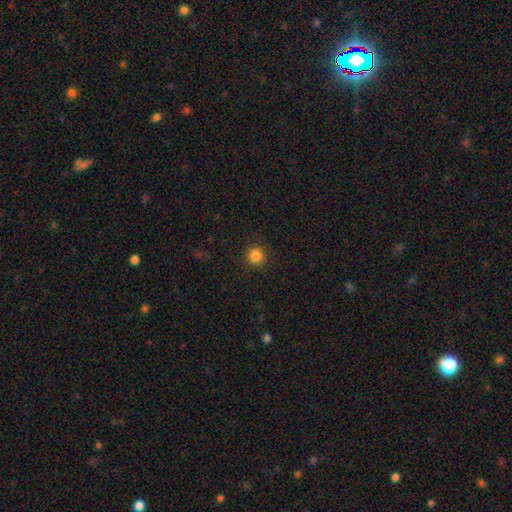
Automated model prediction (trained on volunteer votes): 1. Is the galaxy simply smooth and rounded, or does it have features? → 85% smooth, 12% star or artifact, 4% featured or disk.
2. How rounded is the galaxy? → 94% round, 5% in between, 1% cigar-shaped.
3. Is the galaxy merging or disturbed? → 91% none, 6% minor disturbance, 2% major disturbance, 1% merger.